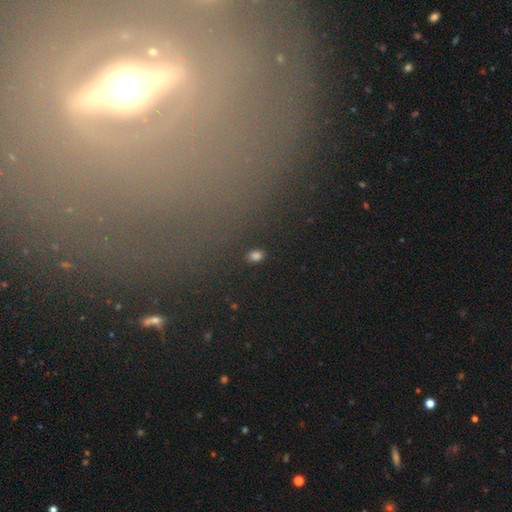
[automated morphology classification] Smooth or featured?
  - smooth: 74% *
  - star or artifact: 19%
  - featured or disk: 7%
How rounded?
  - in between: 85% *
  - round: 13%
  - cigar-shaped: 3%
Merging?
  - none: 87% *
  - minor disturbance: 7%
  - major disturbance: 3%
  - merger: 3%